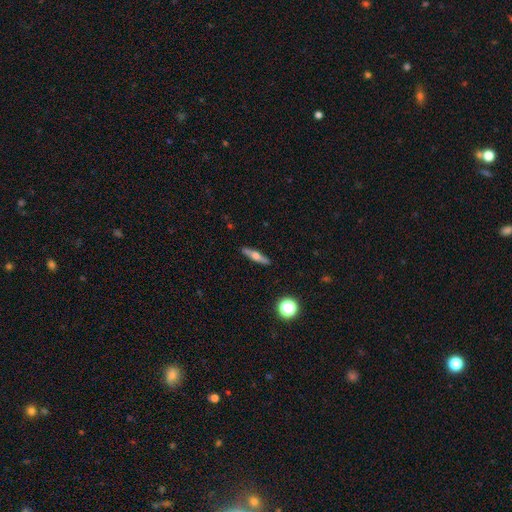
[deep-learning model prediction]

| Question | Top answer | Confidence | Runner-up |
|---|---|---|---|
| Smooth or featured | featured or disk | 55% | smooth (37%) |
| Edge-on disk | yes | 95% | no (5%) |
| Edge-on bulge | rounded | 91% | boxy (6%) |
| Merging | none | 90% | minor disturbance (7%) |